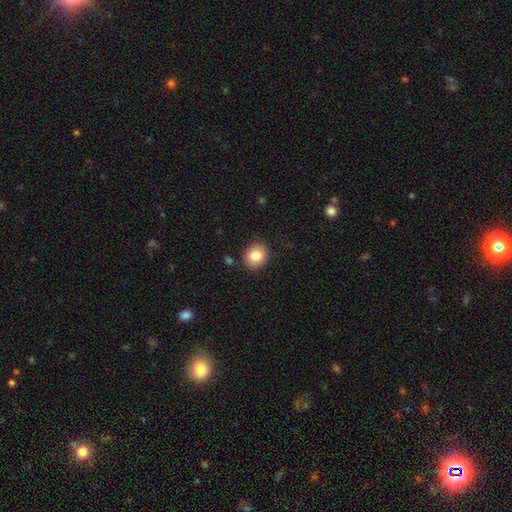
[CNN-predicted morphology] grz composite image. It shows a smooth galaxy with no disk features (83%) that is round (70%). Merging: none (87%).